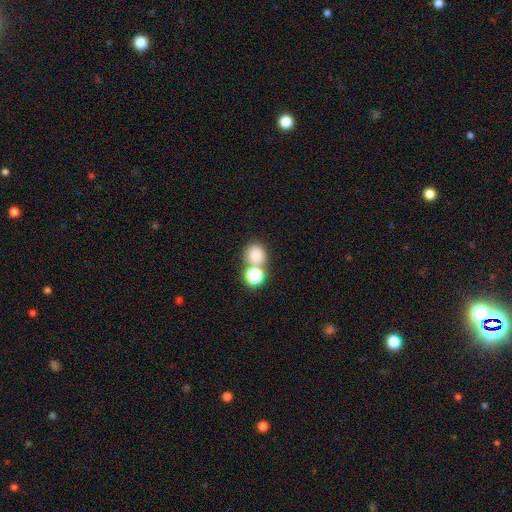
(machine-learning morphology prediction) smooth_or_featured: smooth (p=0.78) [alt: star or artifact p=0.15]
how_rounded: round (p=0.80) [alt: in between p=0.19]
merging: none (p=0.54) [alt: merger p=0.34]